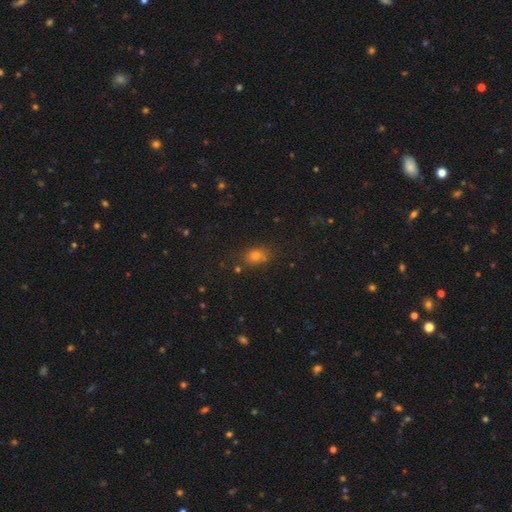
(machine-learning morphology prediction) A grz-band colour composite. It shows a smooth galaxy with no disk features (69%) that is in between round and cigar-shaped (57%). Merging: none (75%).